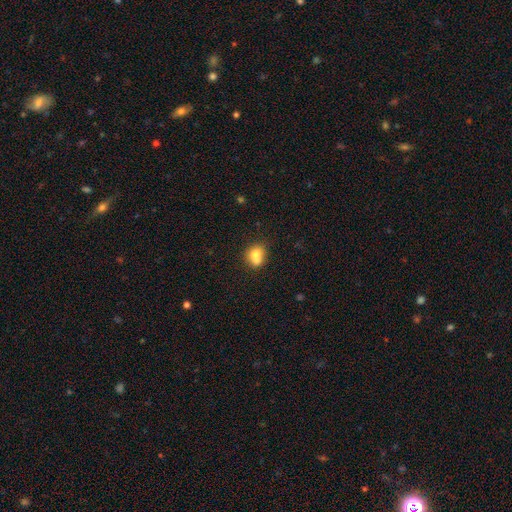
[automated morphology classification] A smooth galaxy with no disk features (73%) that is round (57%). Merging: merger (46%).